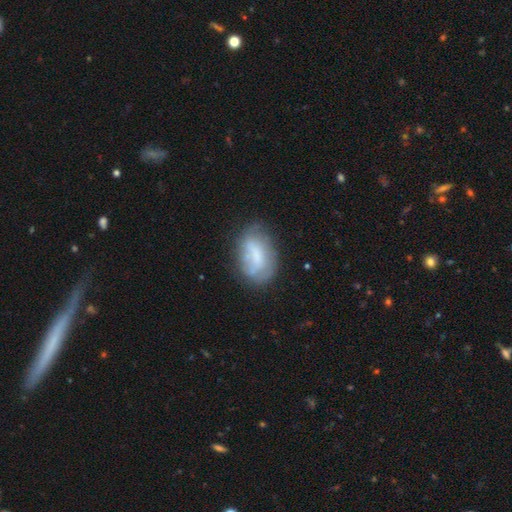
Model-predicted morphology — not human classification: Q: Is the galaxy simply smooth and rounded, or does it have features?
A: smooth — 53%.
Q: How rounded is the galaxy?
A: in between — 84%.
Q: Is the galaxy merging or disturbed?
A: none — 52%.